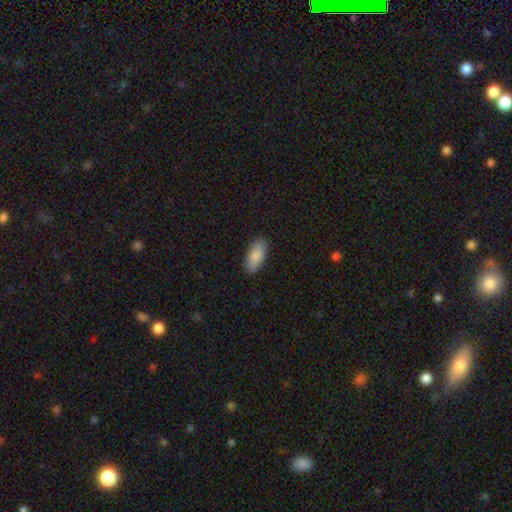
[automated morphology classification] smooth-or-featured: smooth: 87% | featured or disk: 7% | star or artifact: 5%
  how-rounded: in between: 89% | cigar-shaped: 10% | round: 2%
  merging: none: 88% | minor disturbance: 9% | major disturbance: 2% | merger: 1%